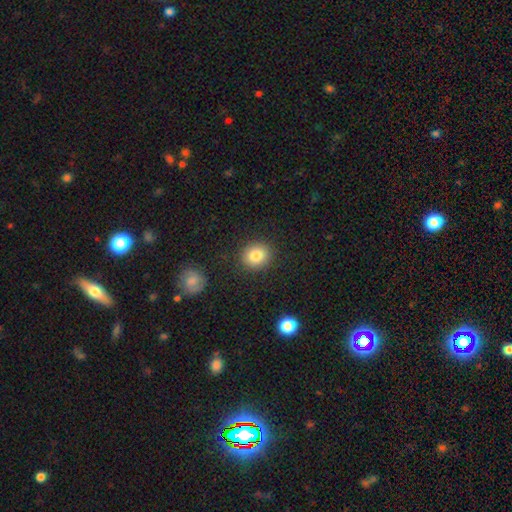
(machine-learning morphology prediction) smooth-or-featured: smooth: 84% | star or artifact: 9% | featured or disk: 7%
  how-rounded: round: 77% | in between: 22% | cigar-shaped: 1%
  merging: none: 88% | minor disturbance: 8% | major disturbance: 3% | merger: 2%